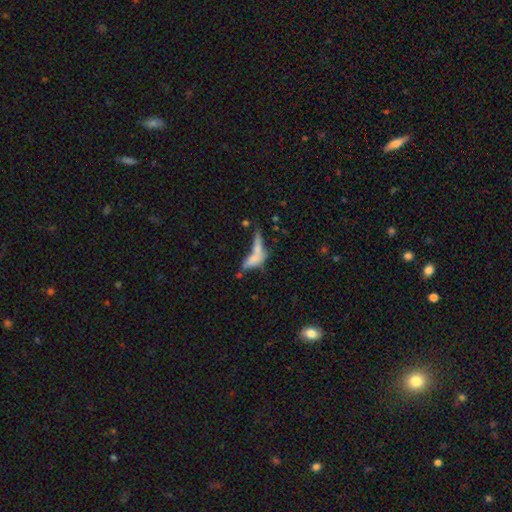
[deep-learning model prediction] Smooth or featured? smooth (60%)
How rounded? cigar-shaped (49%)
Merging? merger (50%)